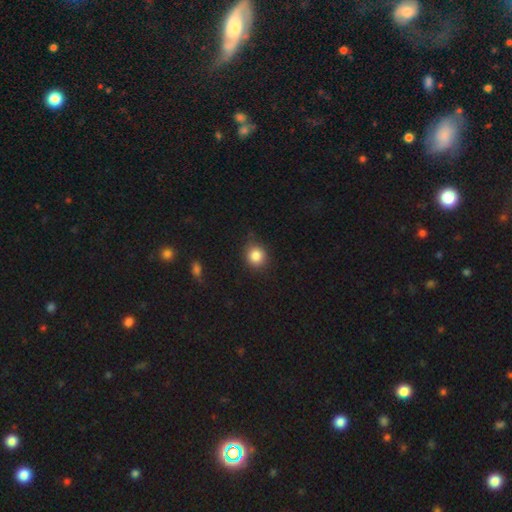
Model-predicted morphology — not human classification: A smooth galaxy with no disk features (85%) that is round (80%).

Vote fractions:
- Smooth or featured? smooth: 85% / star or artifact: 10% / featured or disk: 5%
- How rounded? round: 80% / in between: 19% / cigar-shaped: 1%
- Merging? none: 78% / minor disturbance: 17% / major disturbance: 3% / merger: 2%